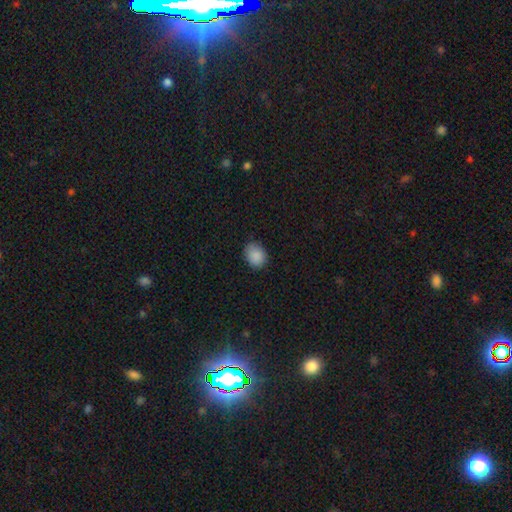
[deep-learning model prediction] Overall: smooth (89%). How rounded: round (52%; in between 47%). Merging: none (83%).